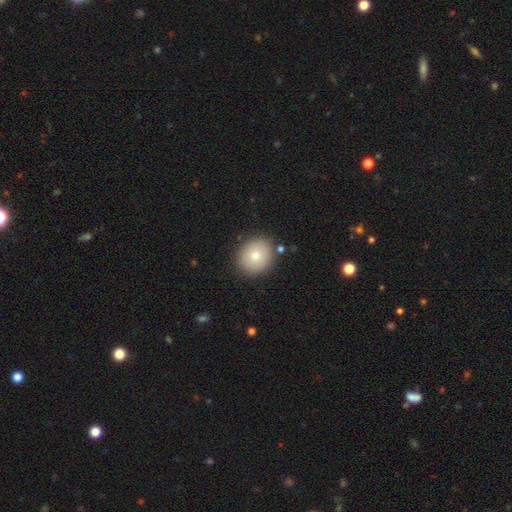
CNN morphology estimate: Smooth or featured? Predicted: smooth (p=0.76). How rounded? Predicted: round (p=0.73). Merging? Predicted: none (p=0.86).